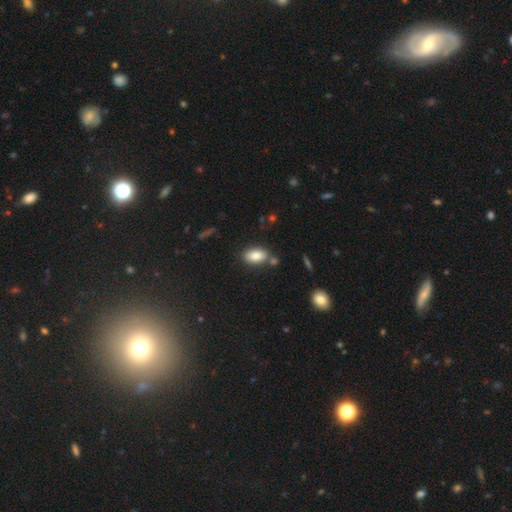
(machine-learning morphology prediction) Smooth or featured? smooth (83%)
How rounded? in between (91%)
Merging? none (73%)